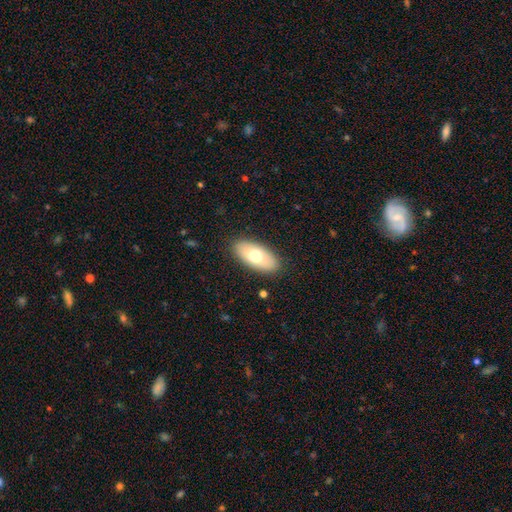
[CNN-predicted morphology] Smooth or featured?
  - smooth: 67% *
  - featured or disk: 27%
  - star or artifact: 6%
How rounded?
  - in between: 91% *
  - cigar-shaped: 6%
  - round: 3%
Merging?
  - none: 87% *
  - minor disturbance: 10%
  - major disturbance: 3%
  - merger: 1%